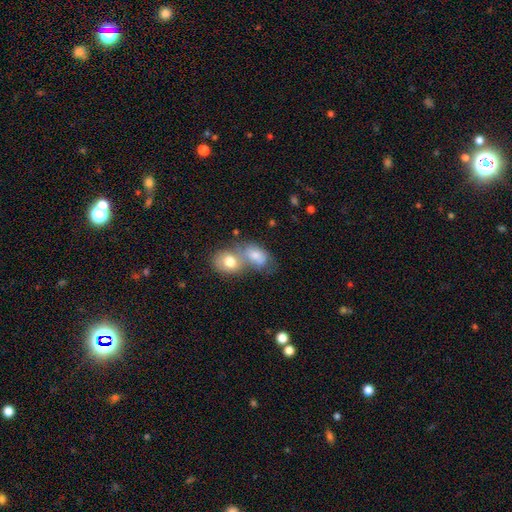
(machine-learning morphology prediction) Overall: smooth (75%). How rounded: in between (74%). Merging: merger (67%).